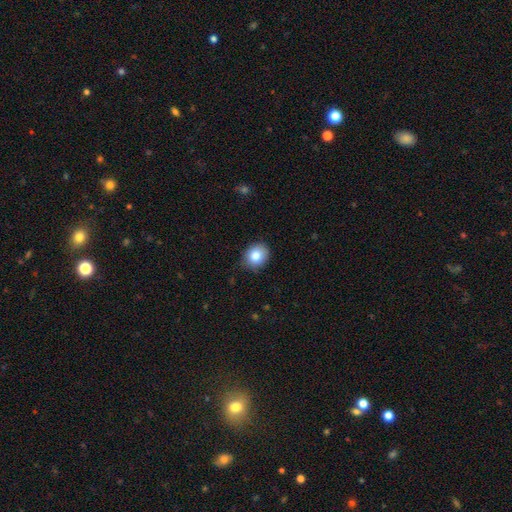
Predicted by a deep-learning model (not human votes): Q: Smooth or featured?
A: smooth (84%); runner-up: star or artifact (9%)
Q: How rounded?
A: round (64%); runner-up: in between (35%)
Q: Merging?
A: none (80%); runner-up: minor disturbance (16%)